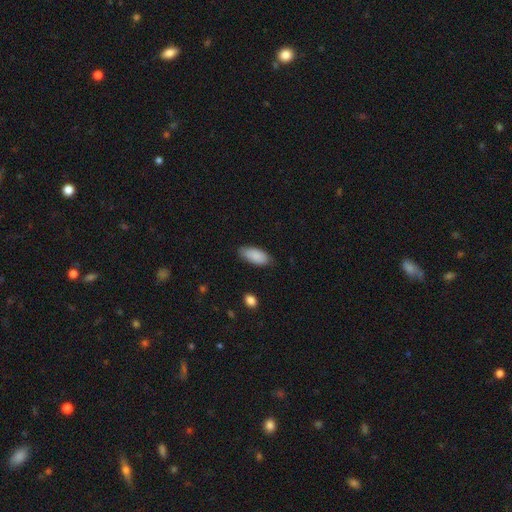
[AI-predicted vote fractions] Smooth or featured: smooth — 88% (star or artifact — 6%)
How rounded: in between — 89% (cigar-shaped — 10%)
Merging: none — 81% (minor disturbance — 15%)